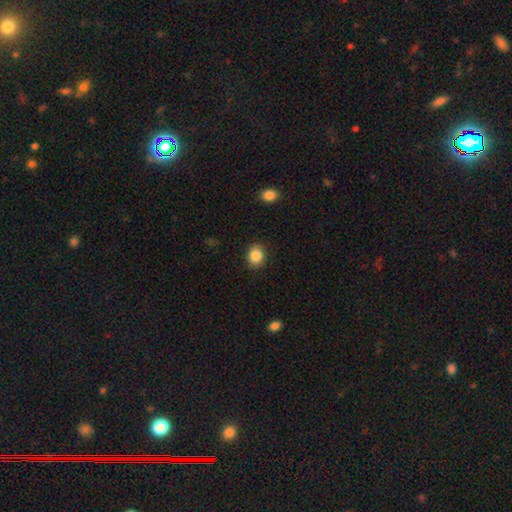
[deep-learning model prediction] Smooth or featured? Predicted: smooth (p=0.86). How rounded? Predicted: round (p=0.60). Merging? Predicted: none (p=0.88).